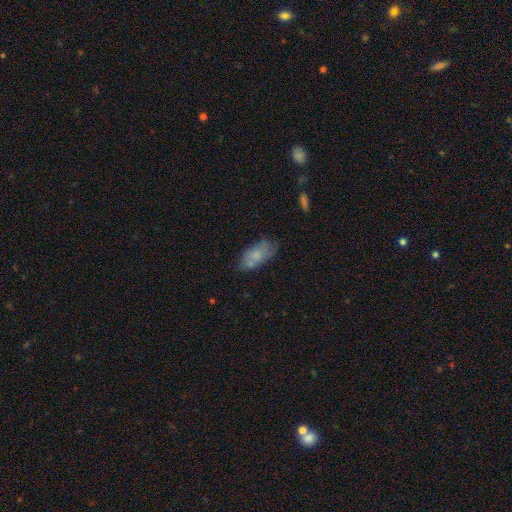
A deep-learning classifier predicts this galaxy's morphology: Smooth or featured? smooth (67%)
How rounded? in between (88%)
Merging? none (55%)